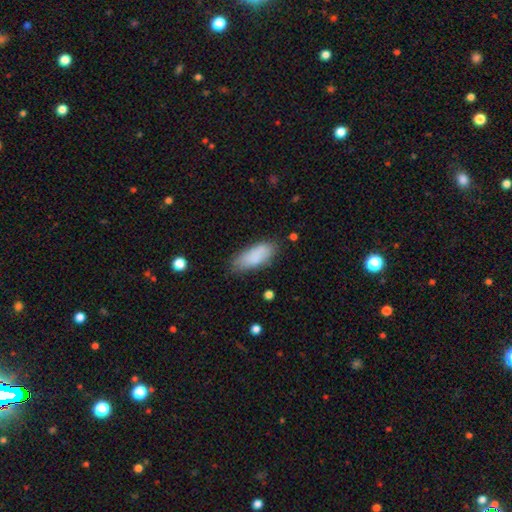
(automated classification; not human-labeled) Q: Smooth or featured?
A: smooth (85%); runner-up: featured or disk (8%)
Q: How rounded?
A: in between (77%); runner-up: cigar-shaped (21%)
Q: Merging?
A: none (75%); runner-up: minor disturbance (19%)